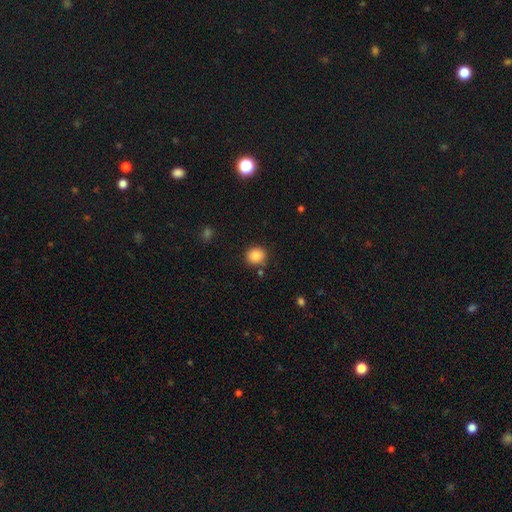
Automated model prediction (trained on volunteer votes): Smooth or featured? Predicted: smooth (p=0.86). How rounded? Predicted: round (p=0.80). Merging? Predicted: none (p=0.84).